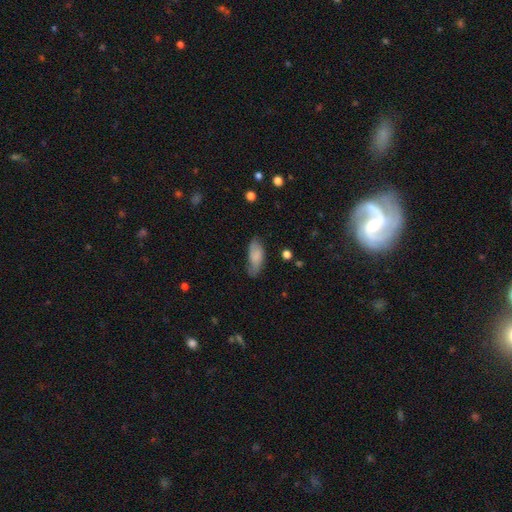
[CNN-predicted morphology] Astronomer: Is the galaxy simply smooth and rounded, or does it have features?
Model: smooth — 78%.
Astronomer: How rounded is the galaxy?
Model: in between — 85%.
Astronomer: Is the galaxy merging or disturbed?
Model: none — 56% (runner-up: minor disturbance, 32%).